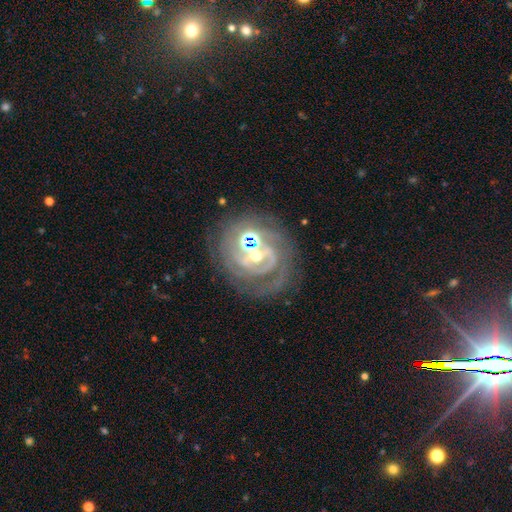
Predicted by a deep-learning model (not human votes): Q: Smooth or featured?
A: featured or disk (77%); runner-up: star or artifact (12%)
Q: Edge-on disk?
A: no (96%); runner-up: yes (4%)
Q: Bar?
A: strong (37%); runner-up: weak (34%)
Q: Spiral arms?
A: yes (84%); runner-up: no (16%)
Q: Spiral winding?
A: tight (59%); runner-up: medium (31%)
Q: Spiral arm count?
A: 2 (37%); runner-up: can't tell (27%)
Q: Bulge size?
A: moderate (59%); runner-up: small (33%)
Q: Merging?
A: none (57%); runner-up: minor disturbance (17%)